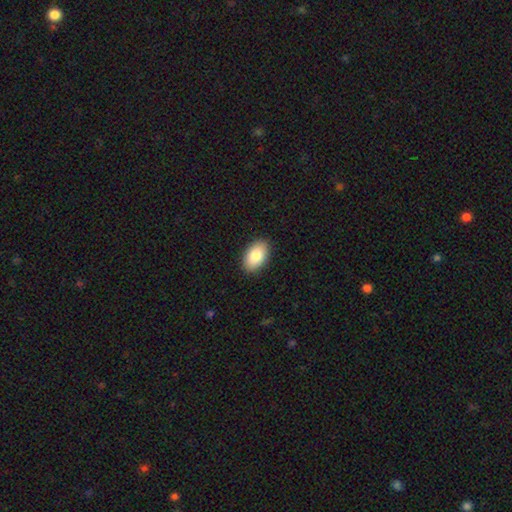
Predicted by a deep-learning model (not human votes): A smooth galaxy with no disk features (85%) that is in between round and cigar-shaped (92%).

Vote fractions:
- Smooth or featured? smooth: 85% / featured or disk: 9% / star or artifact: 7%
- How rounded? in between: 92% / round: 6% / cigar-shaped: 1%
- Merging? none: 89% / minor disturbance: 8% / major disturbance: 2% / merger: 1%